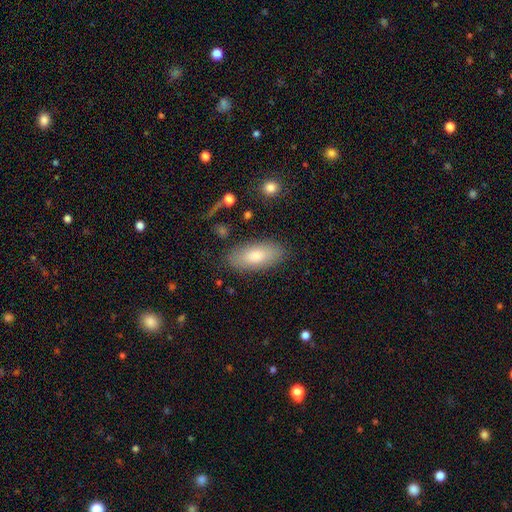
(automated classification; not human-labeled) smooth_or_featured: smooth (p=0.80) [alt: featured or disk p=0.14]
how_rounded: in between (p=0.86) [alt: cigar-shaped p=0.12]
merging: none (p=0.83) [alt: minor disturbance p=0.12]